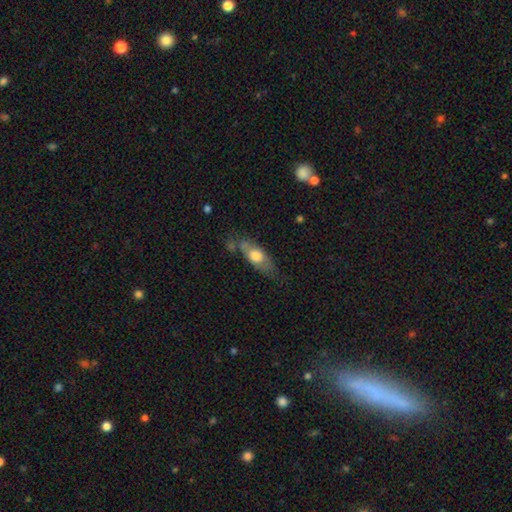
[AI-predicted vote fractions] This is possibly a smooth galaxy (58%). How rounded: likely in between (65%). Merging: possibly none (60%).